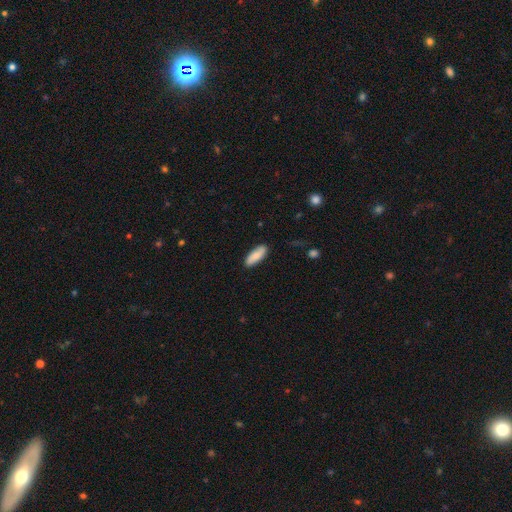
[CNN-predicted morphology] A smooth galaxy with no disk features (82%) that is in between round and cigar-shaped (64%).

Vote fractions:
- Smooth or featured? smooth: 82% / featured or disk: 12% / star or artifact: 6%
- How rounded? in between: 64% / cigar-shaped: 34% / round: 2%
- Merging? none: 87% / minor disturbance: 10% / major disturbance: 2% / merger: 1%